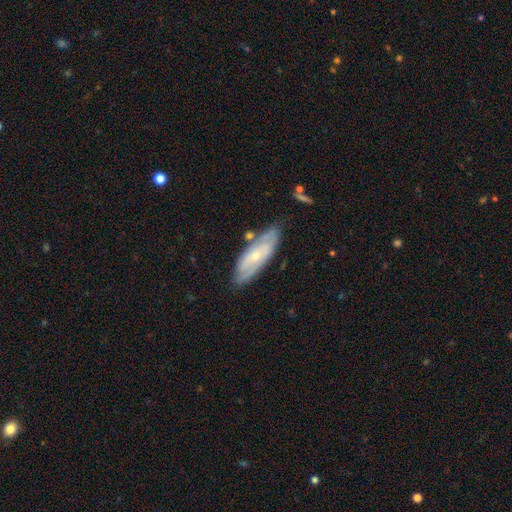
Overall: featured or disk (68%; smooth 29%). Edge-on disk: no (73%). Bar: no (63%). Spiral arms: yes (84%). Spiral arm count: 2 (56%; can't tell 31%). Spiral winding: tight (44%, tied with medium). Bulge size: small (84%). Merging: none (84%).